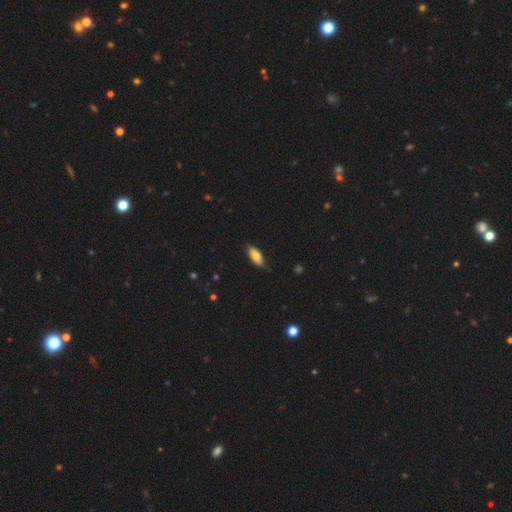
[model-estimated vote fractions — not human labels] smooth_or_featured: smooth (p=0.80) [alt: featured or disk p=0.14]
how_rounded: in between (p=0.85) [alt: cigar-shaped p=0.13]
merging: none (p=0.84) [alt: minor disturbance p=0.13]